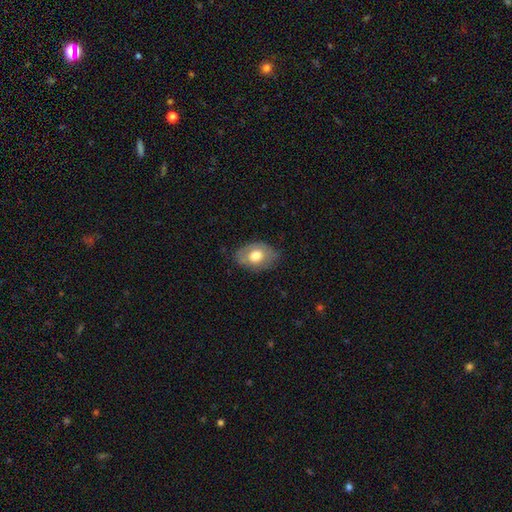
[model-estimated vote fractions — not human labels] Q: Smooth or featured?
A: smooth (63%); runner-up: featured or disk (30%)
Q: How rounded?
A: in between (80%); runner-up: round (19%)
Q: Merging?
A: none (70%); runner-up: minor disturbance (22%)